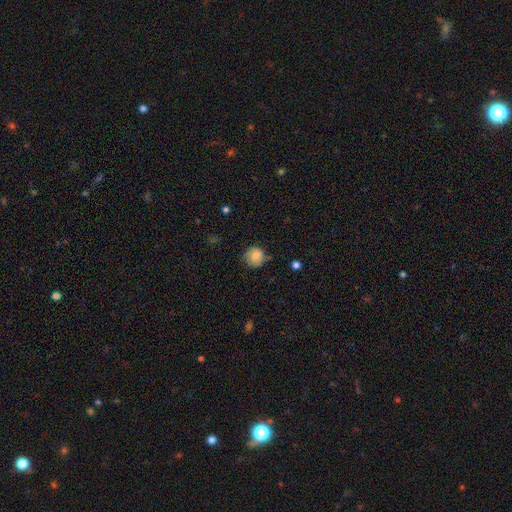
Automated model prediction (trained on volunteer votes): This is likely a smooth galaxy (76%). How rounded: clearly round (86%). Merging: likely none (69%).